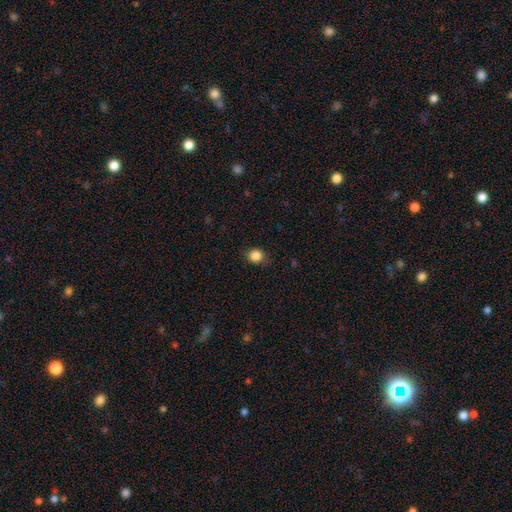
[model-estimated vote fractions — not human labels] Morphology: type=smooth (85%); roundness=round (80%); merging=none (82%).